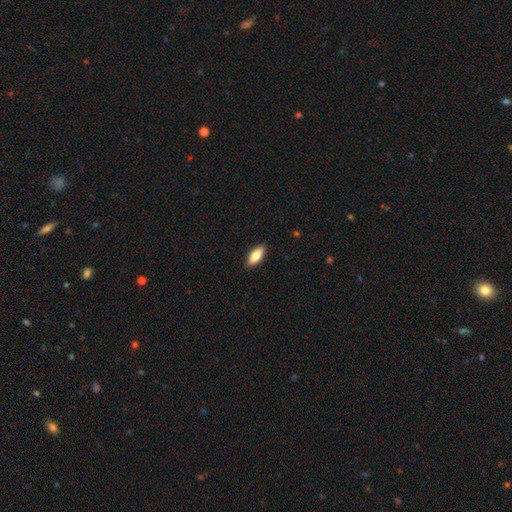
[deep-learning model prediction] A smooth galaxy with no disk features (78%) that is in between round and cigar-shaped (80%).

Vote fractions:
- Smooth or featured? smooth: 78% / featured or disk: 16% / star or artifact: 6%
- How rounded? in between: 80% / cigar-shaped: 18% / round: 2%
- Merging? none: 89% / minor disturbance: 8% / major disturbance: 2% / merger: 1%